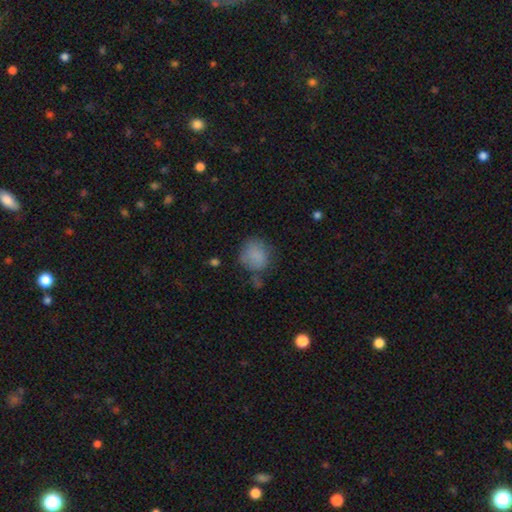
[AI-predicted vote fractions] Smooth or featured?
  - smooth: 81% *
  - star or artifact: 10%
  - featured or disk: 10%
How rounded?
  - round: 79% *
  - in between: 20%
  - cigar-shaped: 1%
Merging?
  - none: 55% *
  - minor disturbance: 26%
  - major disturbance: 13%
  - merger: 6%